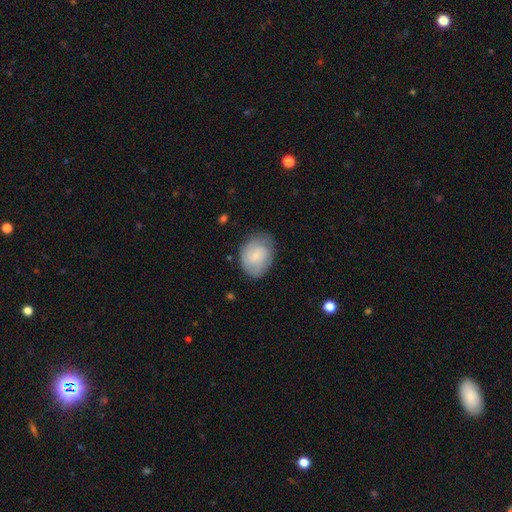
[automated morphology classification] smooth-or-featured: smooth: 57% | featured or disk: 36% | star or artifact: 7%
  how-rounded: in between: 63% | round: 36% | cigar-shaped: 1%
  merging: none: 73% | minor disturbance: 20% | major disturbance: 6% | merger: 1%